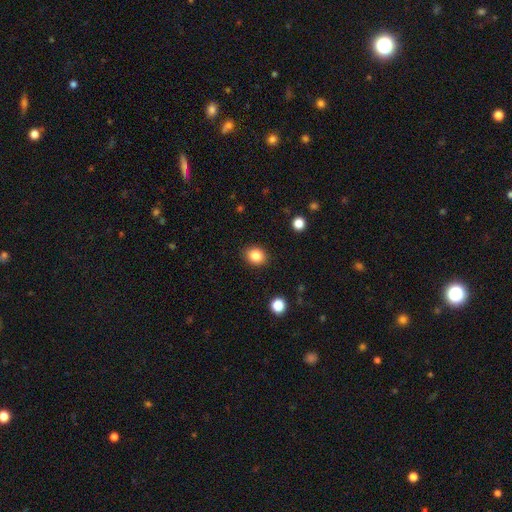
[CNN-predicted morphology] Q: Smooth or featured?
A: smooth (85%); runner-up: star or artifact (10%)
Q: How rounded?
A: round (59%); runner-up: in between (41%)
Q: Merging?
A: none (90%); runner-up: minor disturbance (7%)